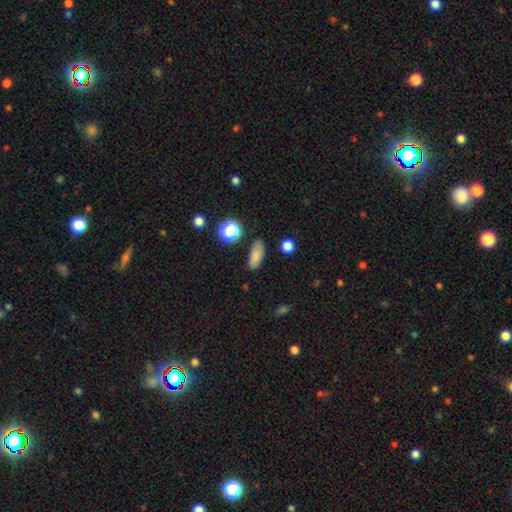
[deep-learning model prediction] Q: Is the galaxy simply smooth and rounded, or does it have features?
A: smooth — 80%.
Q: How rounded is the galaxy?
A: in between — 75%.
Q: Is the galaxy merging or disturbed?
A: none — 77%.